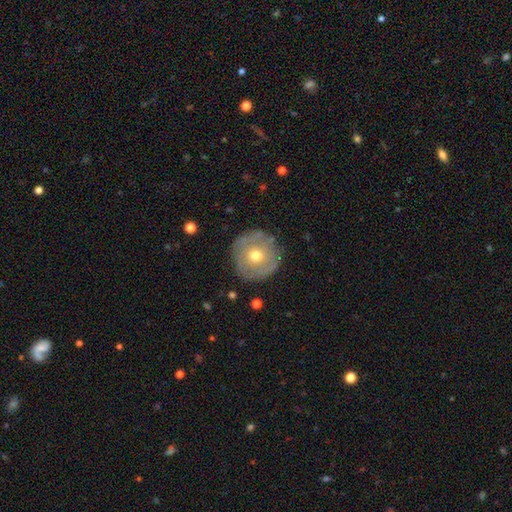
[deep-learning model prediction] smooth_or_featured: featured or disk (p=0.48) [alt: smooth p=0.44]
merging: none (p=0.83) [alt: minor disturbance p=0.11]